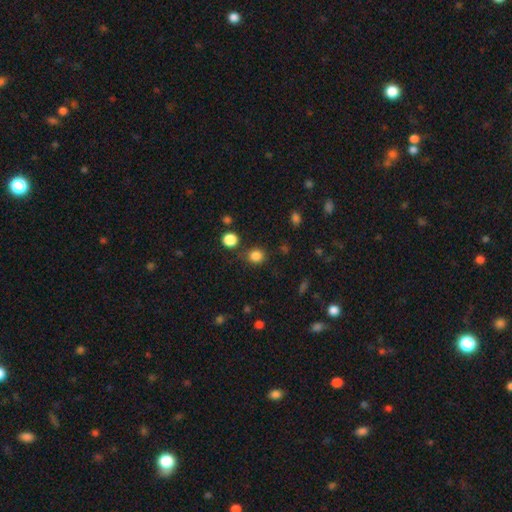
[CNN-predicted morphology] smooth-or-featured: smooth: 83% | star or artifact: 13% | featured or disk: 4%
  how-rounded: round: 78% | in between: 21% | cigar-shaped: 1%
  merging: none: 77% | minor disturbance: 12% | merger: 6% | major disturbance: 4%